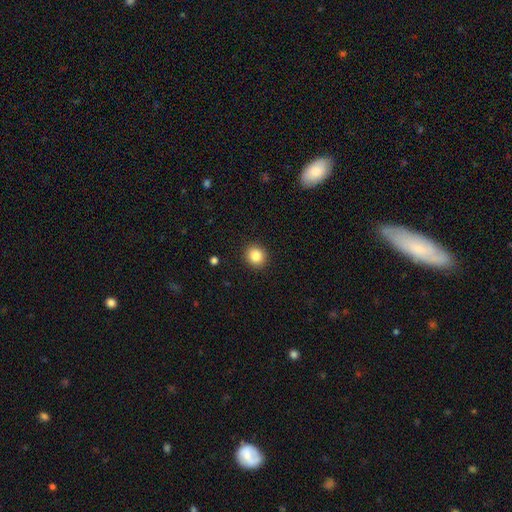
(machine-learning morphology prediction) smooth 85%, star or artifact 10%, featured or disk 5%. Down the decision tree: how rounded — round (84%); merging — none (91%).